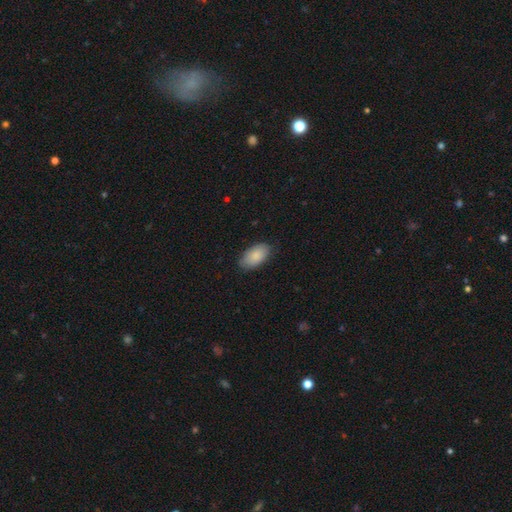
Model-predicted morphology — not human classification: smooth_or_featured: smooth (p=0.87) [alt: featured or disk p=0.07]
how_rounded: in between (p=0.95) [alt: round p=0.03]
merging: none (p=0.81) [alt: minor disturbance p=0.16]